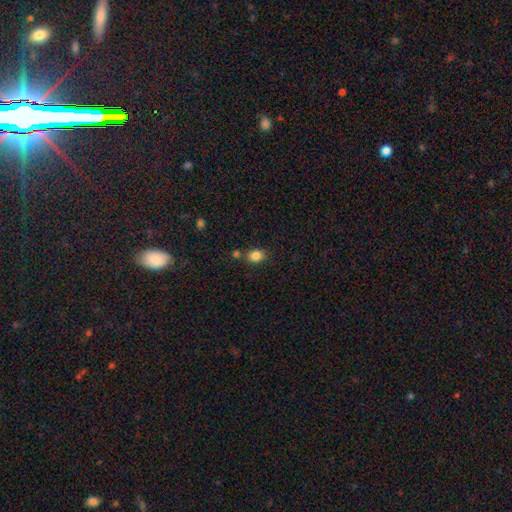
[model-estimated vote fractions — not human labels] A smooth galaxy with no disk features (85%) that is in between round and cigar-shaped (54%). Merging: none (73%).